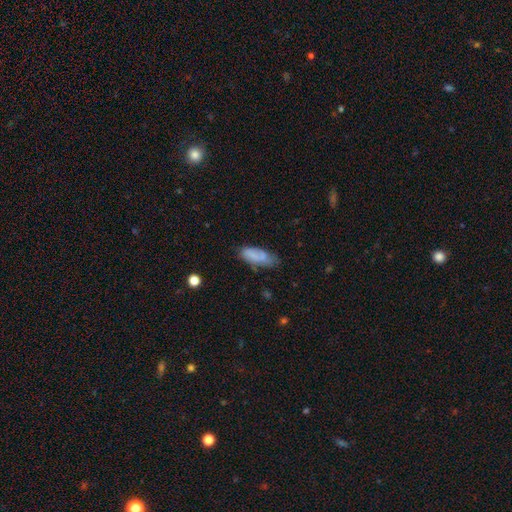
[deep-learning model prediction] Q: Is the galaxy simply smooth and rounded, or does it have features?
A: smooth — 72%.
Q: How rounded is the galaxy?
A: in between — 80%.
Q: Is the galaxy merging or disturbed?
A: none — 57%.